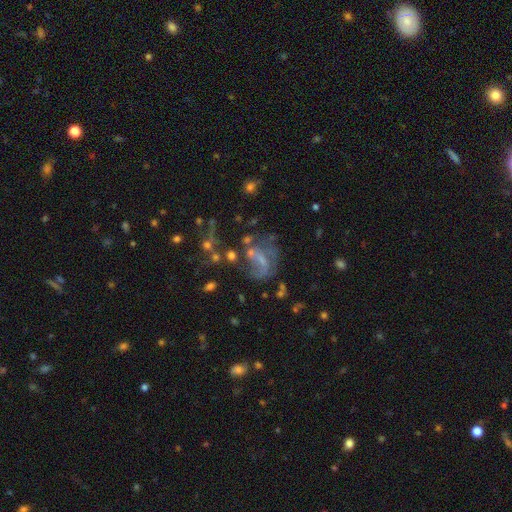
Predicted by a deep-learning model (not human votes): This appears to be a featured or disk galaxy (52%) with no bar (48%), no spiral arms (50%, tied with yes) and a small central bulge (39%). Merging: major disturbance (35%).